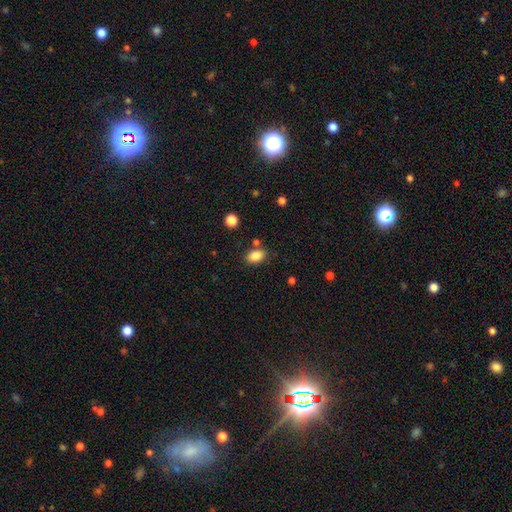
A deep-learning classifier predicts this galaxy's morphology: smooth 86%, star or artifact 9%, featured or disk 5%. Down the decision tree: how rounded — in between (87%); merging — none (79%).